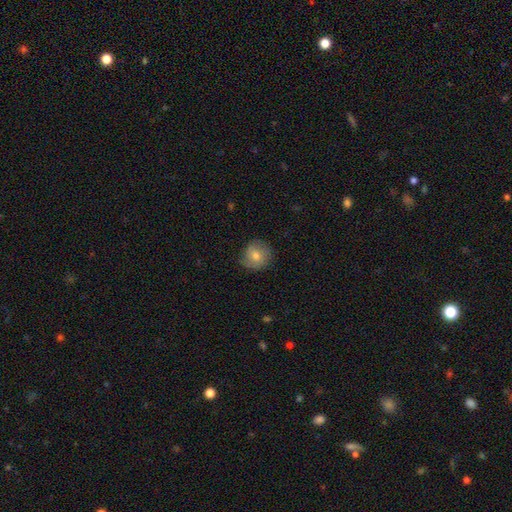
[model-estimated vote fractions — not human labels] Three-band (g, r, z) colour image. It shows a smooth galaxy with no disk features (70%) that is round (89%). Merging: none (78%).